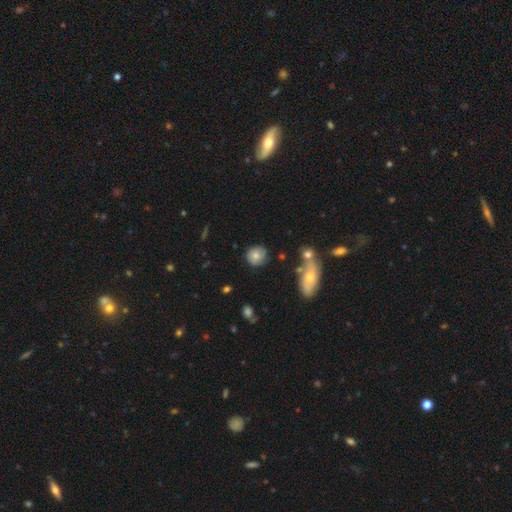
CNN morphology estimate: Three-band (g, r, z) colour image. It shows a smooth galaxy with no disk features (70%) that is round (84%). Merging: none (72%).